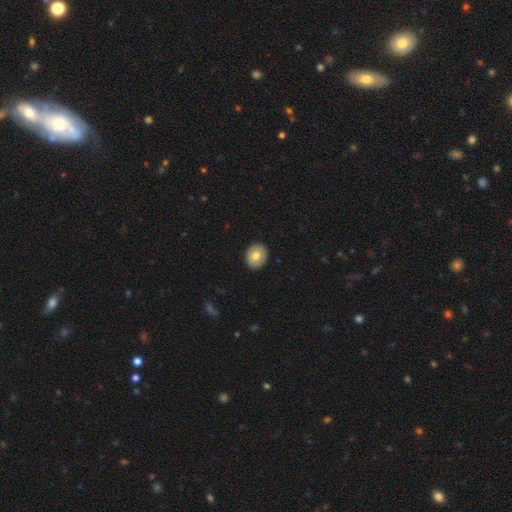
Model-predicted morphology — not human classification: type=smooth (71%); roundness=round (60%); merging=none (91%).